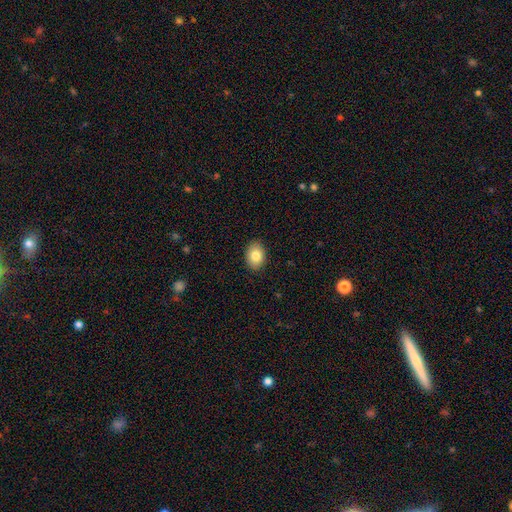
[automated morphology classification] Smooth or featured? smooth (83%)
How rounded? in between (74%)
Merging? none (89%)